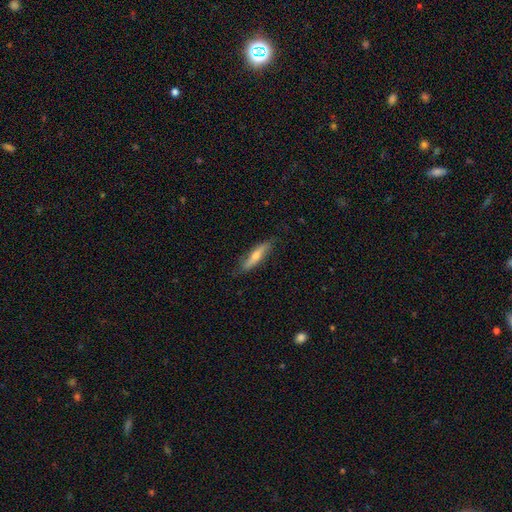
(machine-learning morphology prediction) Q: Smooth or featured?
A: smooth (48%); runner-up: featured or disk (46%)
Q: Merging?
A: none (79%); runner-up: minor disturbance (17%)